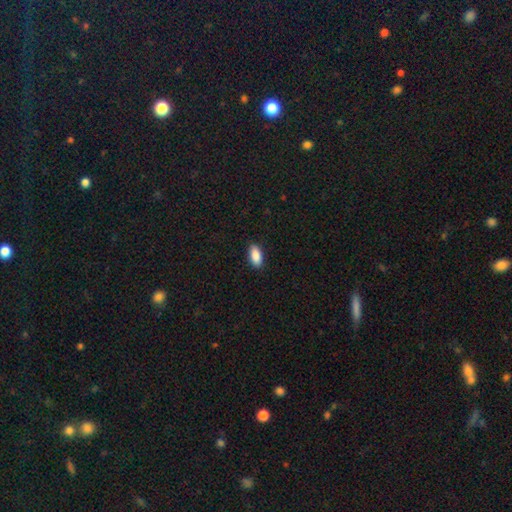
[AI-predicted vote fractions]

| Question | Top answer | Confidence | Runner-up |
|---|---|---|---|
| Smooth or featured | smooth | 89% | star or artifact (6%) |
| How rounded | in between | 90% | cigar-shaped (8%) |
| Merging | none | 90% | minor disturbance (8%) |